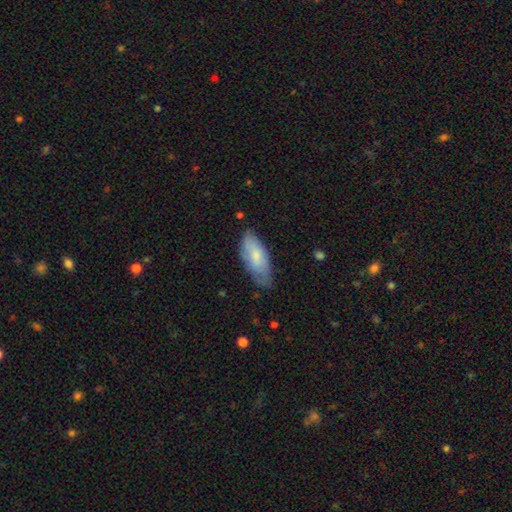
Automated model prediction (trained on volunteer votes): smooth 72%, featured or disk 22%, star or artifact 6%. Down the decision tree: how rounded — in between (81%); merging — none (62%).